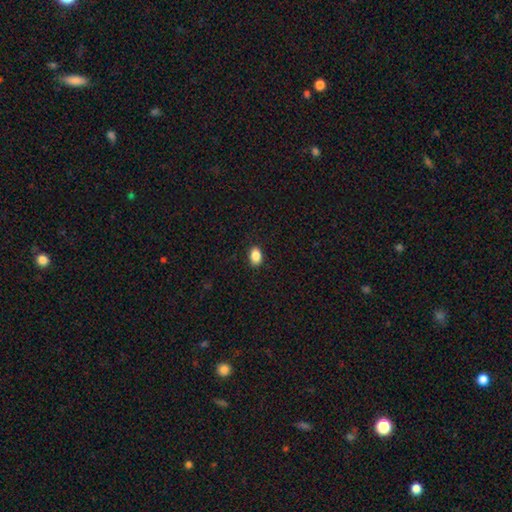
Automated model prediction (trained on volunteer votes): Smooth or featured: smooth — 88% (star or artifact — 9%)
How rounded: in between — 82% (round — 17%)
Merging: none — 89% (minor disturbance — 8%)